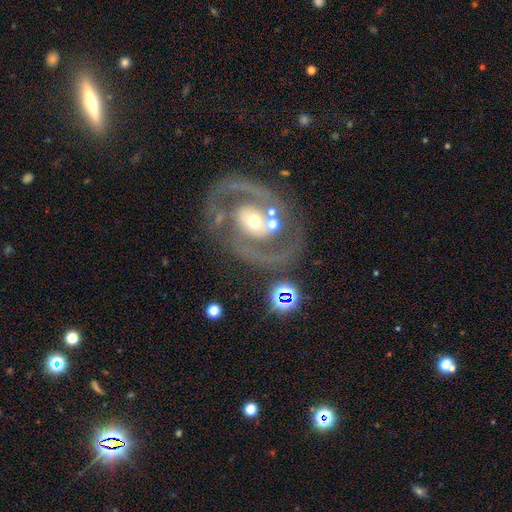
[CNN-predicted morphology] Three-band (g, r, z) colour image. It shows a featured or disk galaxy (89%) with no bar (46%), 2 (90%) medium (51%) spiral arms (94%) and a moderate central bulge (56%). Merging: none (73%).